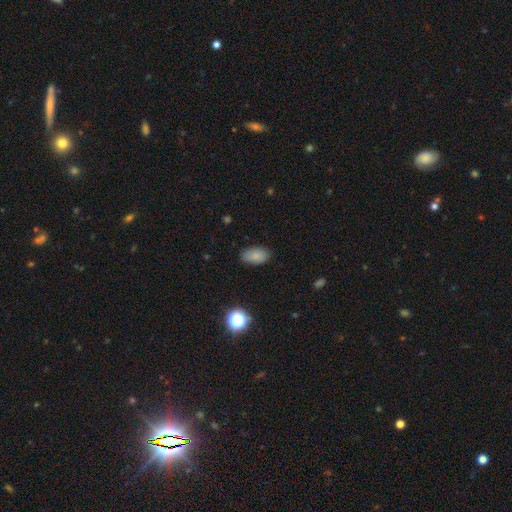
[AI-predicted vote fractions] This is clearly a smooth galaxy (83%). How rounded: clearly in between (92%). Merging: clearly none (85%).